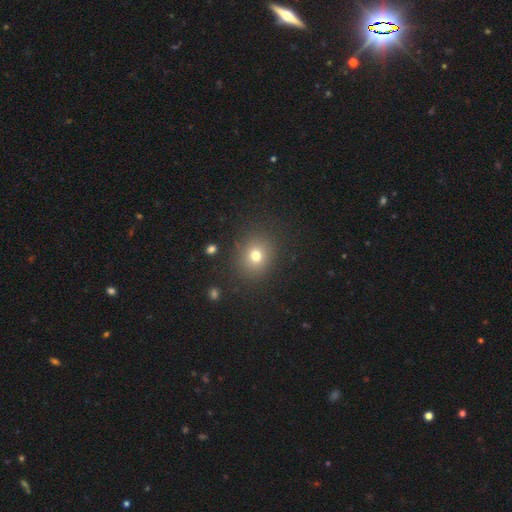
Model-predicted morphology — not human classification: Smooth or featured: smooth — 73% (star or artifact — 17%)
How rounded: round — 75% (in between — 24%)
Merging: none — 86% (minor disturbance — 8%)